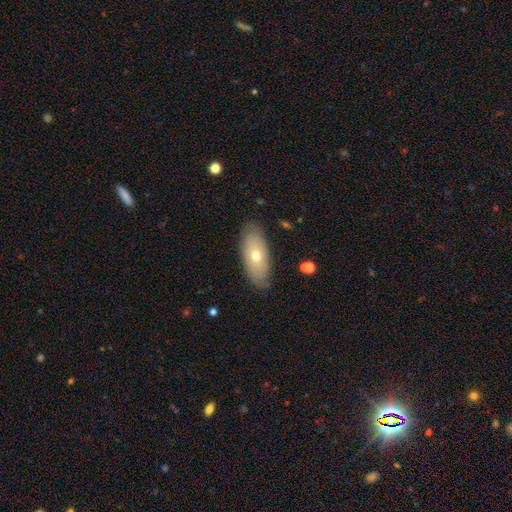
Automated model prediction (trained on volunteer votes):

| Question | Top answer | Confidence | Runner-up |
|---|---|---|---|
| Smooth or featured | smooth | 62% | featured or disk (31%) |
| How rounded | in between | 85% | cigar-shaped (11%) |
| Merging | none | 84% | minor disturbance (12%) |